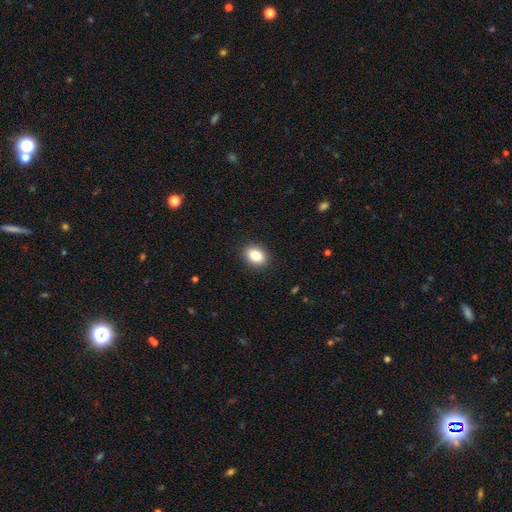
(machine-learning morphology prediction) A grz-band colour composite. It shows a smooth galaxy with no disk features (83%) that is in between round and cigar-shaped (68%). Merging: none (90%).